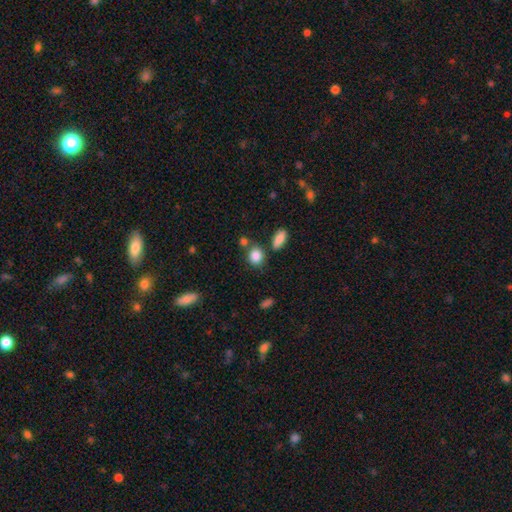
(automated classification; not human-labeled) A smooth galaxy with no disk features (86%) that is round (70%). Merging: none (68%).